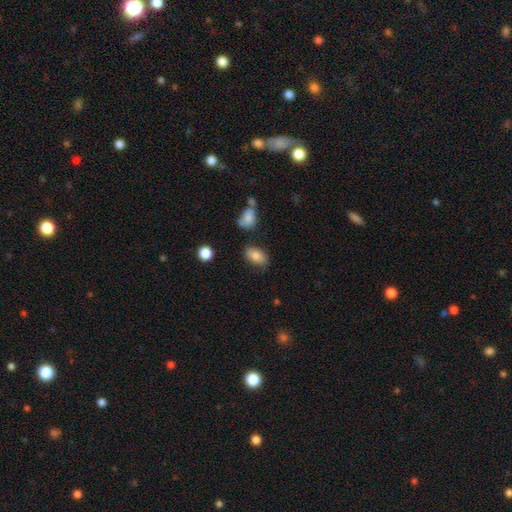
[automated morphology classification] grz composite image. It shows a smooth galaxy with no disk features (83%) that is in between round and cigar-shaped (90%). Merging: none (75%).